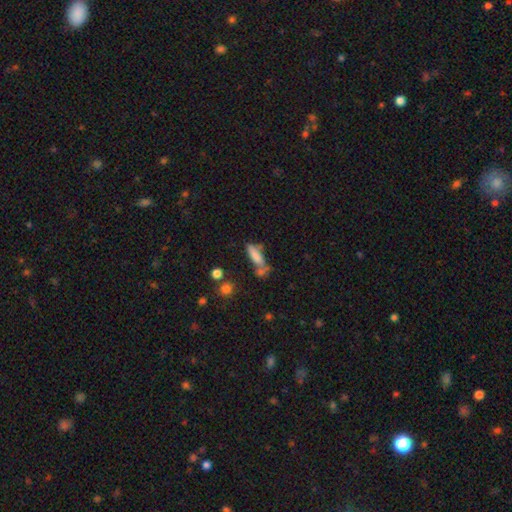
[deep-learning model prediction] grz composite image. It shows a smooth galaxy with no disk features (74%) that is cigar-shaped (54%). Merging: none (44%).